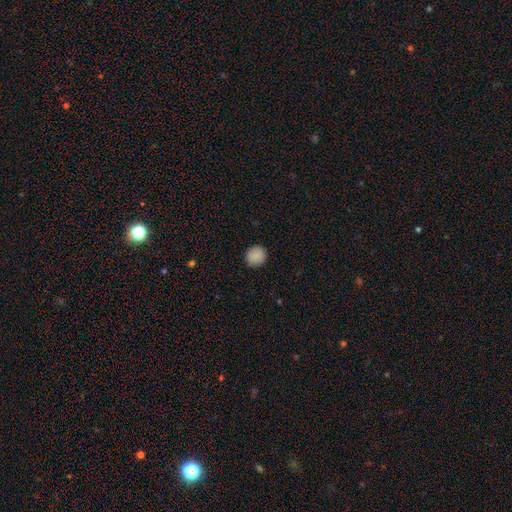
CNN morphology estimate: Smooth or featured? Predicted: smooth (p=0.89). How rounded? Predicted: round (p=0.88). Merging? Predicted: none (p=0.91).